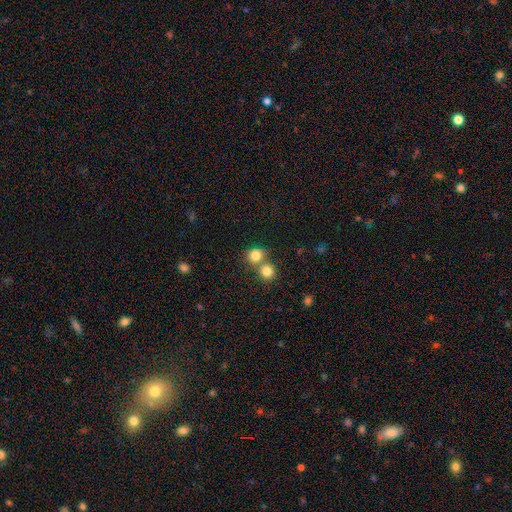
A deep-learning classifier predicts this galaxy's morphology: A smooth galaxy with no disk features (81%) that is round (82%).

Vote fractions:
- Smooth or featured? smooth: 81% / star or artifact: 11% / featured or disk: 7%
- How rounded? round: 82% / in between: 17% / cigar-shaped: 1%
- Merging? none: 50% / merger: 41% / minor disturbance: 7% / major disturbance: 3%